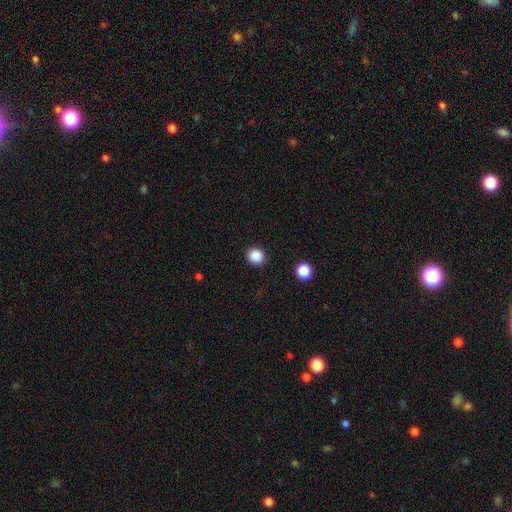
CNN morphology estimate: smooth-or-featured: smooth: 87% | star or artifact: 10% | featured or disk: 2%
  how-rounded: round: 85% | in between: 14% | cigar-shaped: 1%
  merging: none: 91% | minor disturbance: 6% | major disturbance: 2% | merger: 1%